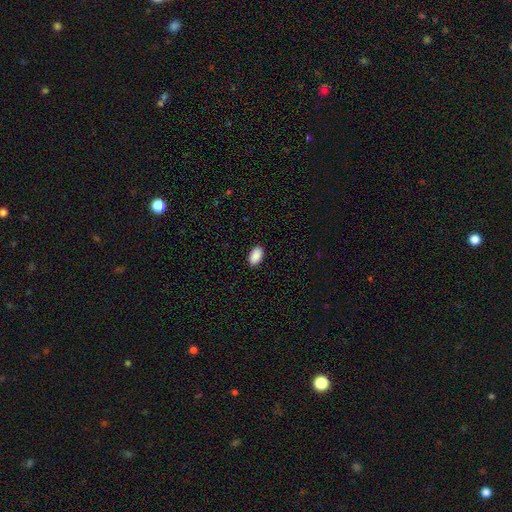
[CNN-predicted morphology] Q: Smooth or featured?
A: smooth (91%); runner-up: star or artifact (7%)
Q: How rounded?
A: in between (93%); runner-up: round (5%)
Q: Merging?
A: none (90%); runner-up: minor disturbance (8%)